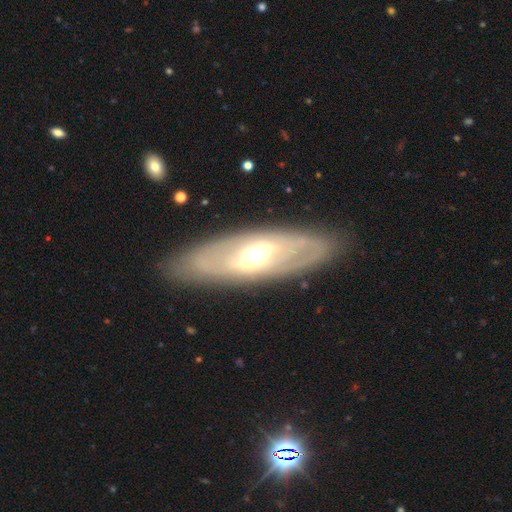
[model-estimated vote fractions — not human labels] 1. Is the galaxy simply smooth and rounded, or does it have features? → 71% featured or disk, 24% smooth, 6% star or artifact.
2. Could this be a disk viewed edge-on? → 77% no, 23% yes.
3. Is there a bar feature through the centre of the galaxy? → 49% no, 33% weak, 18% strong.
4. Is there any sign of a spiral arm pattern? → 56% no, 44% yes.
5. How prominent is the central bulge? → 68% moderate, 17% small, 12% large, 1% dominant, 1% none.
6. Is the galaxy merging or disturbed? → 86% none, 10% minor disturbance, 3% major disturbance, 1% merger.